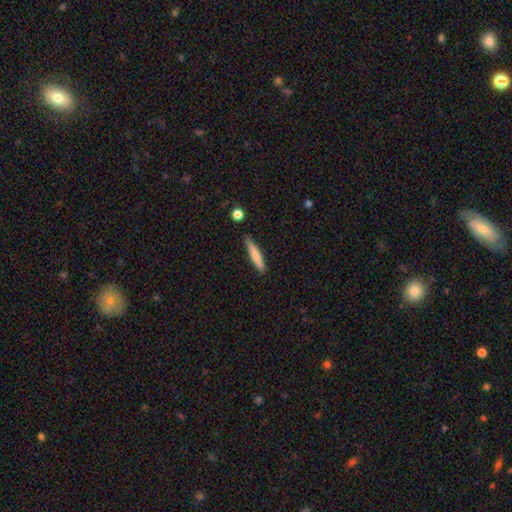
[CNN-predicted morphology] The model was most divided on "smooth or featured": smooth: 74%, featured or disk: 20%, star or artifact: 6%. More confident: how rounded — cigar-shaped (91%); merging — none (83%).